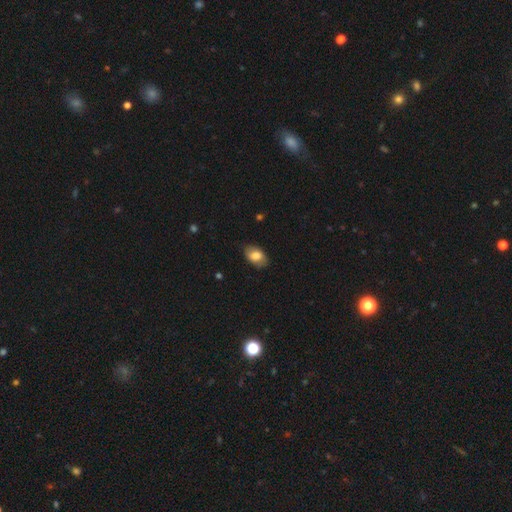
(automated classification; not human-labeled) The model was most divided on "smooth or featured": smooth: 79%, featured or disk: 14%, star or artifact: 7%. More confident: how rounded — in between (89%); merging — none (82%).